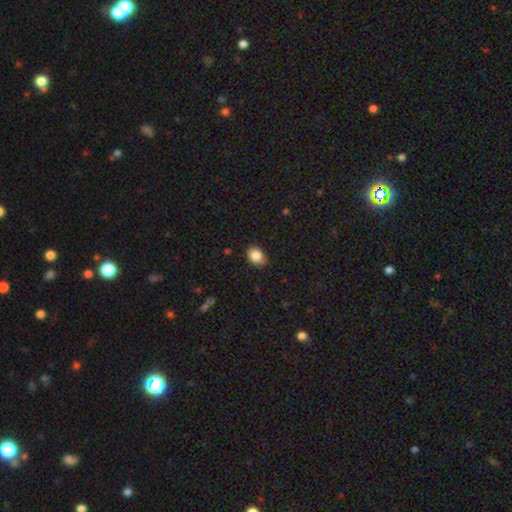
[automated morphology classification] Smooth or featured: smooth — 86% (star or artifact — 8%)
How rounded: in between — 73% (round — 26%)
Merging: none — 82% (minor disturbance — 15%)